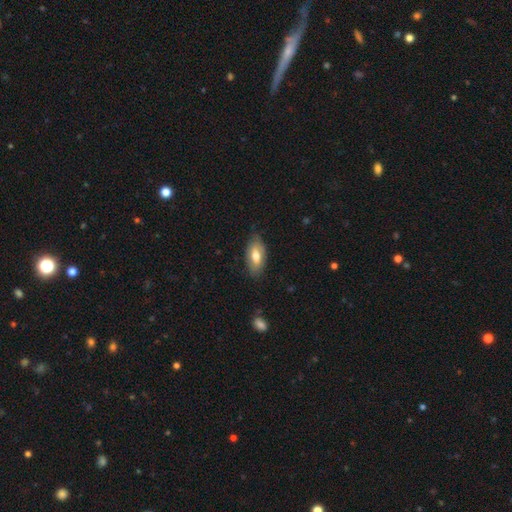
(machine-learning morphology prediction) Smooth or featured: smooth — 65% (featured or disk — 29%)
How rounded: in between — 89% (cigar-shaped — 8%)
Merging: none — 79% (minor disturbance — 17%)